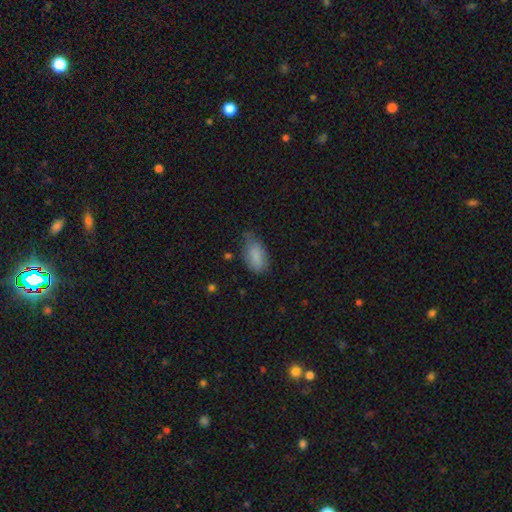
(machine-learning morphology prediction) Smooth or featured? Predicted: smooth (p=0.85). How rounded? Predicted: in between (p=0.92). Merging? Predicted: none (p=0.52).